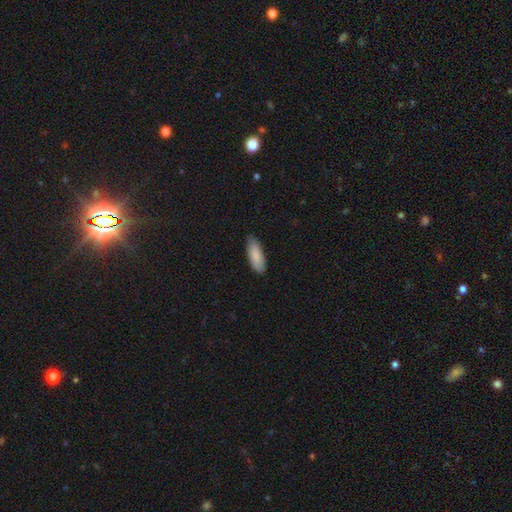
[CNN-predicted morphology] This appears to be a smooth galaxy with no disk features (86%) that is in between round and cigar-shaped (69%). Merging: none (82%).